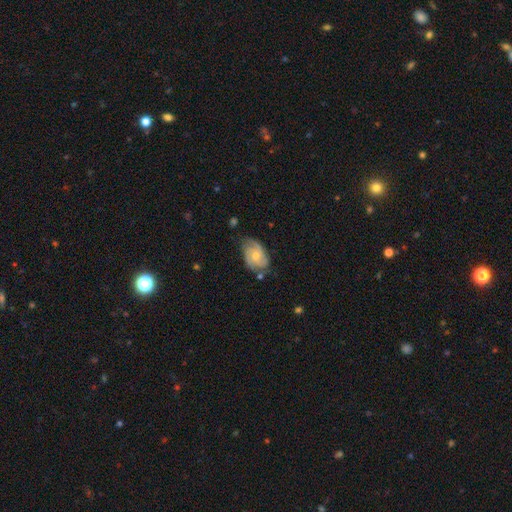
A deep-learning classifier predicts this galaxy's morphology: A featured or disk galaxy (68%) with no bar (71%), 2 (44%) medium (43%) spiral arms (90%) and a small central bulge (47%, tied with moderate).

Vote fractions:
- Smooth or featured? featured or disk: 68% / smooth: 26% / star or artifact: 6%
- Edge-on disk? no: 97% / yes: 3%
- Bar? no: 71% / weak: 26% / strong: 4%
- Spiral arms? yes: 90% / no: 10%
- Spiral winding? medium: 43% / tight: 39% / loose: 17%
- Spiral arm count? 2: 44% / 3: 26% / can't tell: 19% / 4: 4% / 1: 4% / more than 4: 3%
- Bulge size? small: 47% (tied) / moderate: 47% (tied) / none: 3% / large: 2% / dominant: 1%
- Merging? none: 56% / minor disturbance: 30% / major disturbance: 10% / merger: 3%